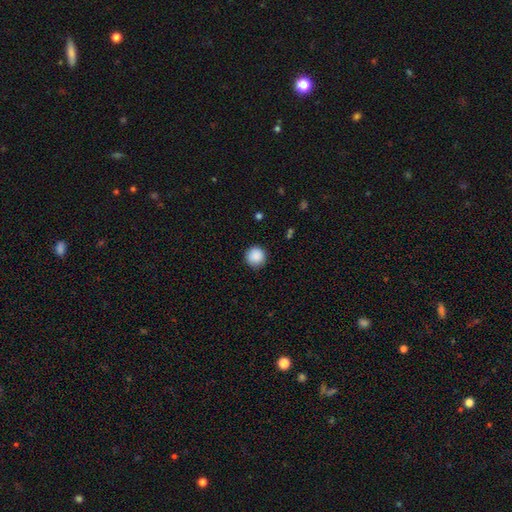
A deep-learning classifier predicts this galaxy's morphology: Smooth or featured?
  - smooth: 89% *
  - star or artifact: 8%
  - featured or disk: 3%
How rounded?
  - round: 96% *
  - in between: 3%
  - cigar-shaped: 1%
Merging?
  - none: 89% *
  - minor disturbance: 8%
  - major disturbance: 2%
  - merger: 1%